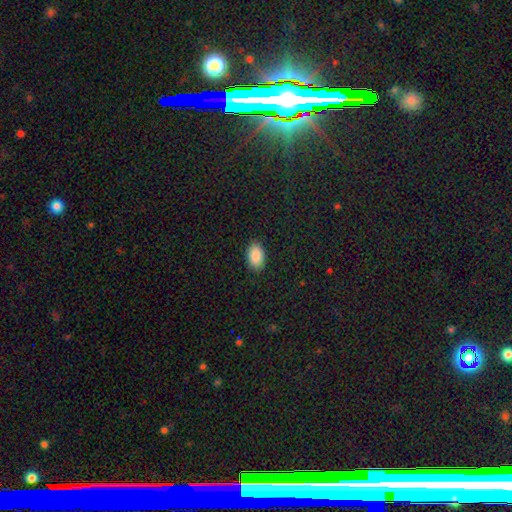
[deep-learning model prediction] Morphology: type=smooth (90%); roundness=in between (93%); merging=none (89%).